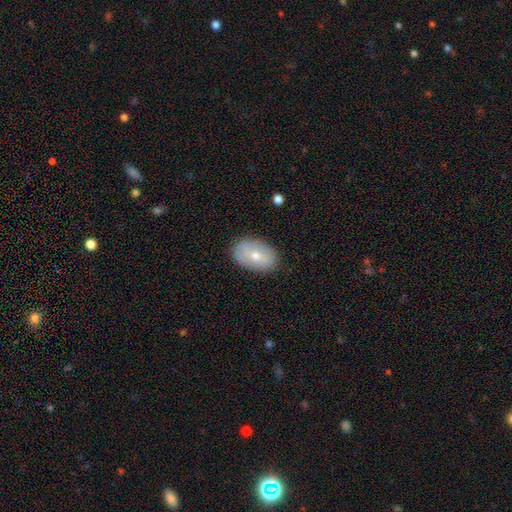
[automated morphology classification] A smooth galaxy with no disk features (66%) that is in between round and cigar-shaped (87%). Merging: none (84%).